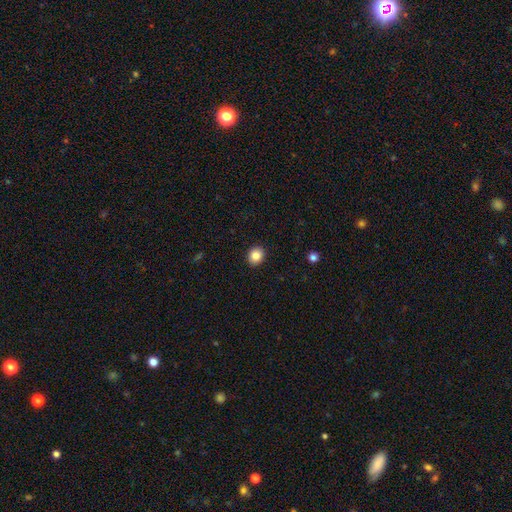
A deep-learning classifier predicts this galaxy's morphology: Smooth or featured? smooth (86%)
How rounded? round (68%)
Merging? none (92%)